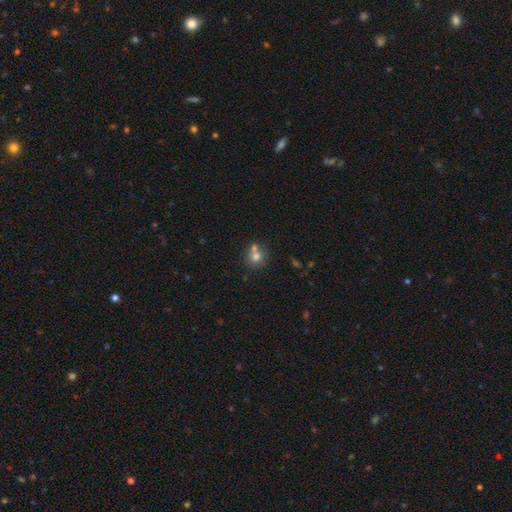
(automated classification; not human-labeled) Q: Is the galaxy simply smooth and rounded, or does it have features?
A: smooth — 72%.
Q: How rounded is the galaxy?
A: round — 87%.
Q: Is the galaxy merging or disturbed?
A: none — 51%.